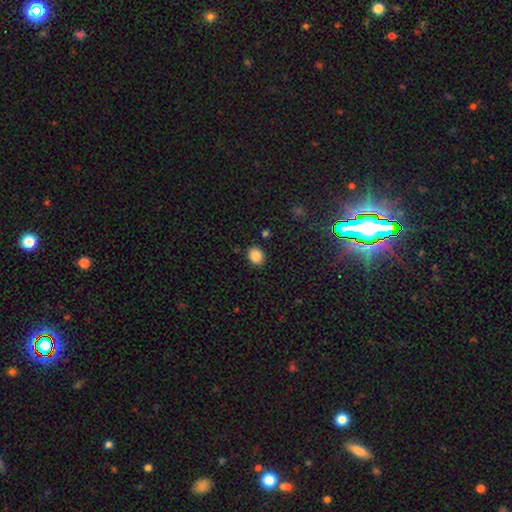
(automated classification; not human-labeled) Morphology: type=smooth (86%); roundness=round (62%); merging=none (88%).